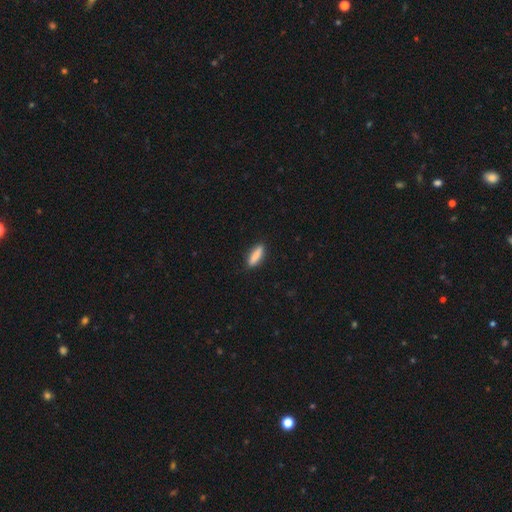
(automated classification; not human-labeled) The model was most divided on "how rounded": cigar-shaped: 59%, in between: 39%, round: 2%. More confident: merging — none (88%); smooth or featured — smooth (86%).